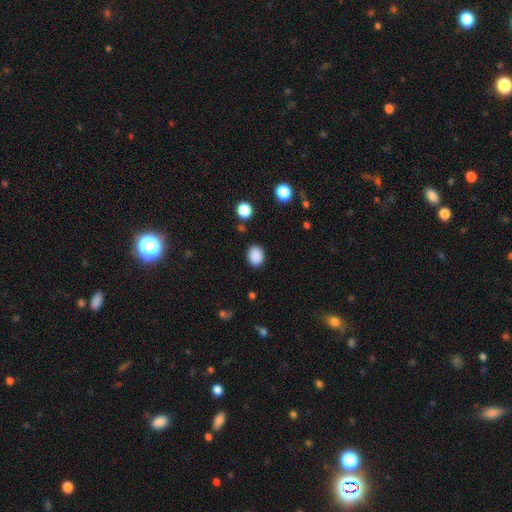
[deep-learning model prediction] This is clearly a smooth galaxy (88%). How rounded: possibly in between (55%). Merging: clearly none (85%).